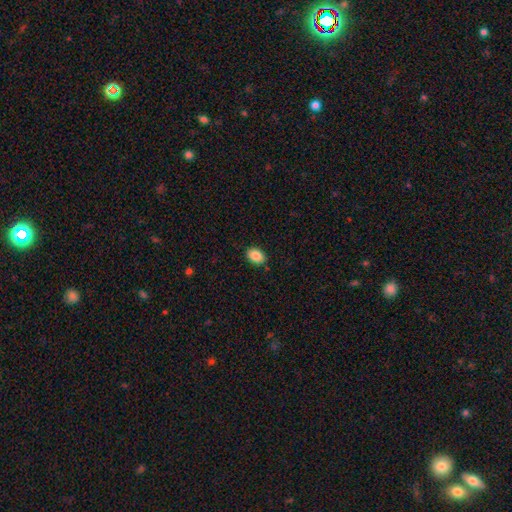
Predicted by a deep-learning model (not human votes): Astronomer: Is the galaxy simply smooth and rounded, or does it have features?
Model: smooth — 87%.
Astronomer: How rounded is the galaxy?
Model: in between — 80%.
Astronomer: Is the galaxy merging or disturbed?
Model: none — 88%.